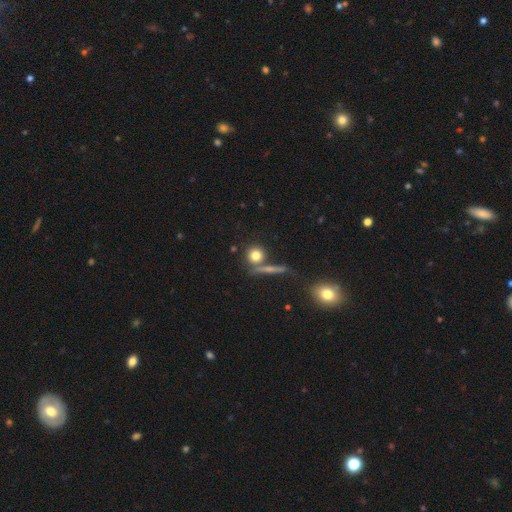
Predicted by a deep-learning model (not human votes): Smooth or featured?
  - smooth: 77% *
  - featured or disk: 12%
  - star or artifact: 11%
How rounded?
  - round: 85% *
  - in between: 9%
  - cigar-shaped: 5%
Merging?
  - none: 70% *
  - merger: 17%
  - minor disturbance: 9%
  - major disturbance: 4%